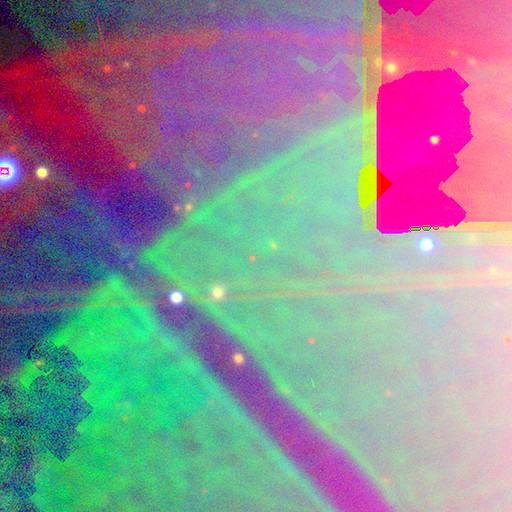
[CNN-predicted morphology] Q: Smooth or featured?
A: star or artifact (88%); runner-up: featured or disk (7%)